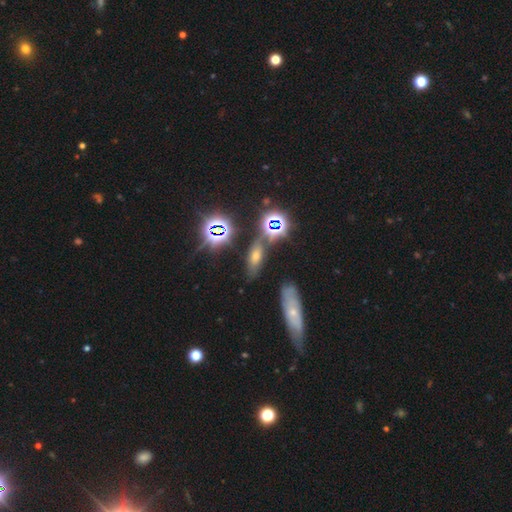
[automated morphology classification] Smooth or featured? star or artifact (41%)